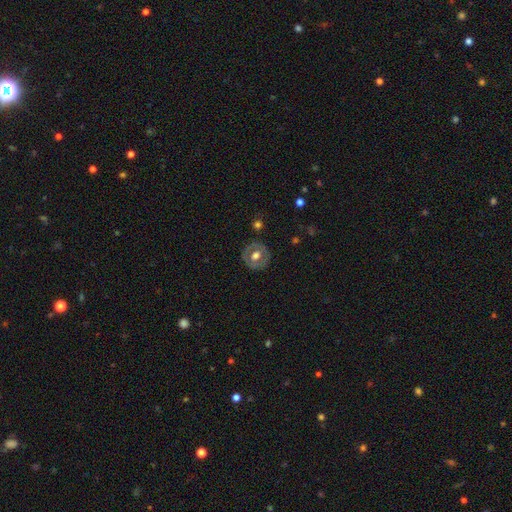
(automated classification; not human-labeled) Smooth or featured? featured or disk (47%, tied with smooth)
Merging? none (84%)